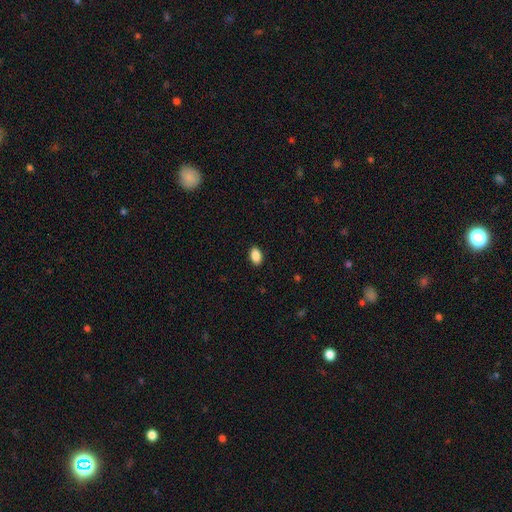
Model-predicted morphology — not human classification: The model was most divided on "smooth or featured": smooth: 89%, star or artifact: 8%, featured or disk: 3%. More confident: how rounded — in between (91%); merging — none (89%).